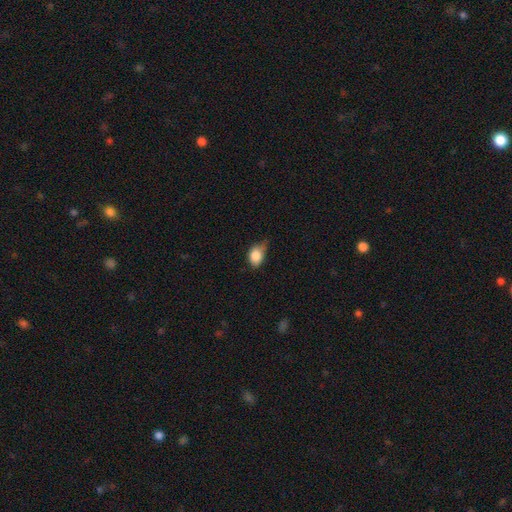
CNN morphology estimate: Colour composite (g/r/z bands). It shows a smooth galaxy with no disk features (84%) that is in between round and cigar-shaped (73%). Merging: minor disturbance (50%).